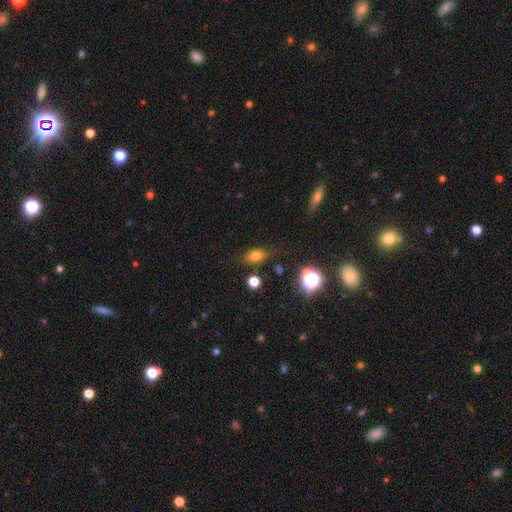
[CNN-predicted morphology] Smooth or featured? Predicted: smooth (p=0.67). How rounded? Predicted: in between (p=0.69). Merging? Predicted: none (p=0.75).